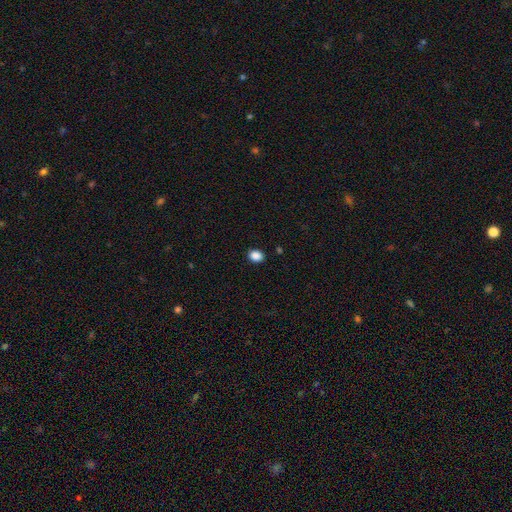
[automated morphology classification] This is clearly a smooth galaxy (88%). How rounded: possibly in between (56%). Merging: clearly none (90%).